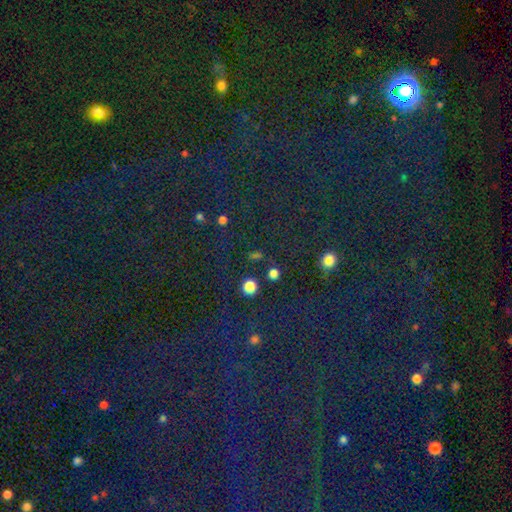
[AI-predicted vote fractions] star or artifact 77%, smooth 15%, featured or disk 8%.